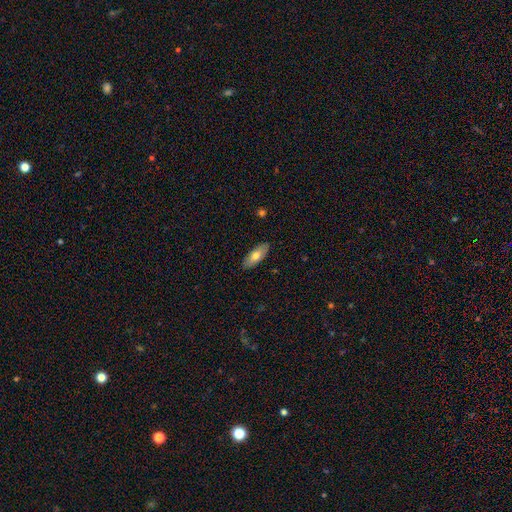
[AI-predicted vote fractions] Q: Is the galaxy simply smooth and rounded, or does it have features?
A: smooth — 68%.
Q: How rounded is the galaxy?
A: in between — 82%.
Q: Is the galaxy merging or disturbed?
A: none — 88%.